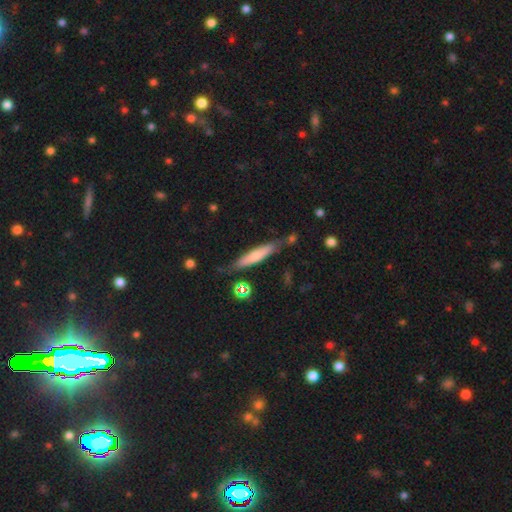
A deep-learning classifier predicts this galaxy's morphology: Q: Smooth or featured?
A: smooth (65%); runner-up: featured or disk (27%)
Q: How rounded?
A: cigar-shaped (87%); runner-up: in between (11%)
Q: Merging?
A: none (73%); runner-up: minor disturbance (17%)